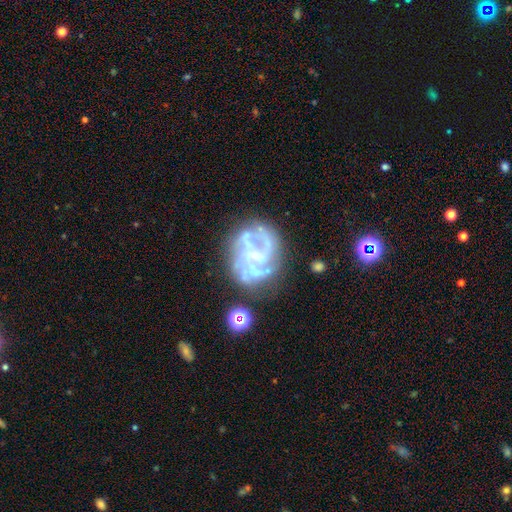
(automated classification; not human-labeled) A featured or disk galaxy (81%) with no bar (47%), medium (44%) spiral arms (79%) and a small central bulge (54%). Merging: none (52%).